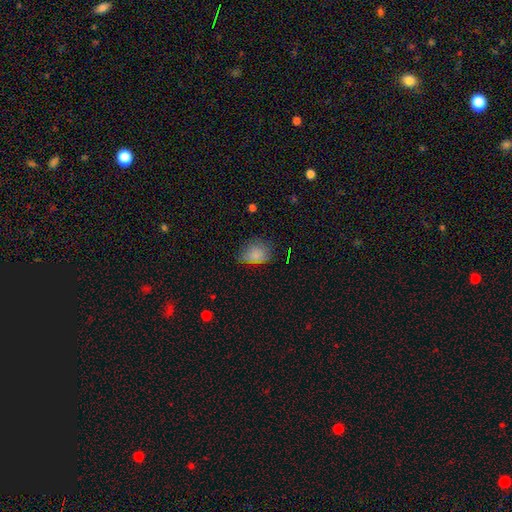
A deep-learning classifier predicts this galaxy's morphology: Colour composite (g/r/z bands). It shows a smooth galaxy with no disk features (76%) that is in between round and cigar-shaped (67%). Merging: none (52%).